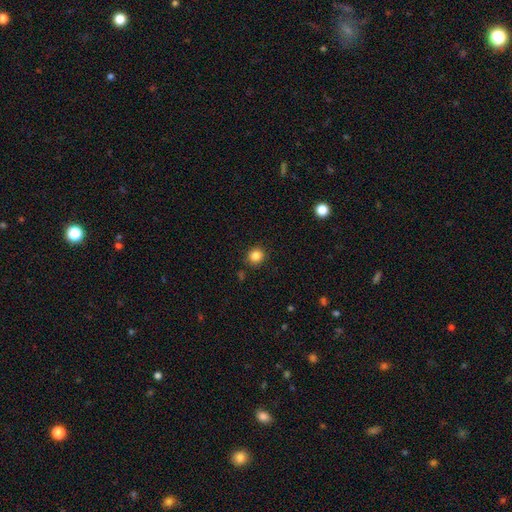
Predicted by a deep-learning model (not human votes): This appears to be a smooth galaxy with no disk features (85%) that is round (86%). Merging: none (89%).